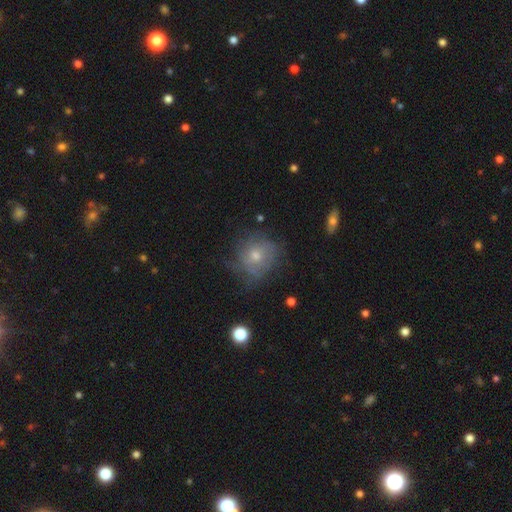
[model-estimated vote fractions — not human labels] This is possibly a smooth galaxy (46%). Merging: possibly none (59%).